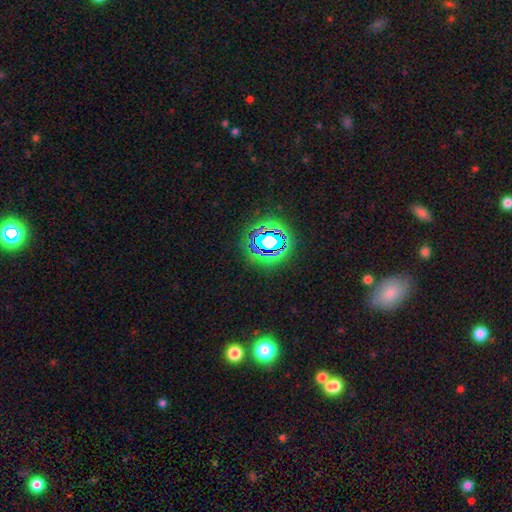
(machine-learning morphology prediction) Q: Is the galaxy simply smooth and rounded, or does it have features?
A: star or artifact — 73%.